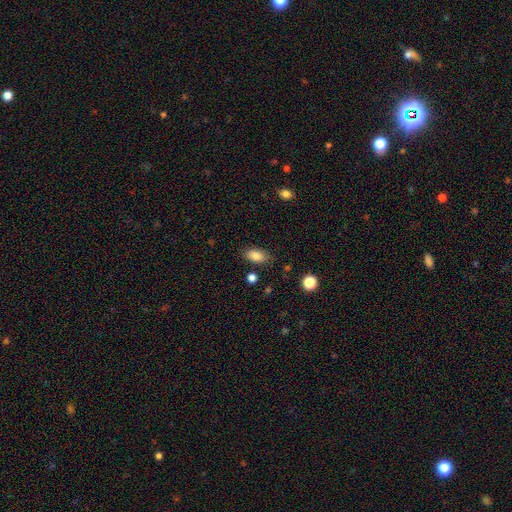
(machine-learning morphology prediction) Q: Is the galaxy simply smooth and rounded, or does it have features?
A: smooth — 84%.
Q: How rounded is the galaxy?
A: in between — 89%.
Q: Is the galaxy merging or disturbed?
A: none — 80%.